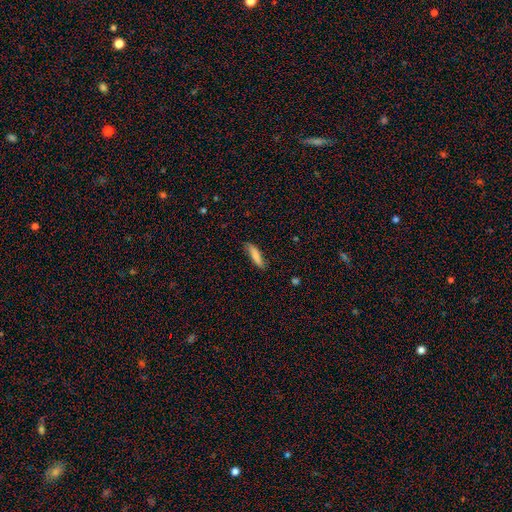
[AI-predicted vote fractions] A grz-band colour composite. It shows a smooth galaxy with no disk features (82%) that is cigar-shaped (69%). Merging: none (75%).